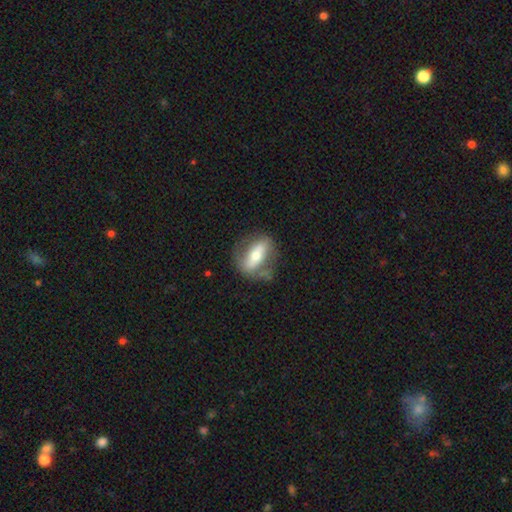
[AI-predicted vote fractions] A featured or disk galaxy (56%). Merging: none (69%).